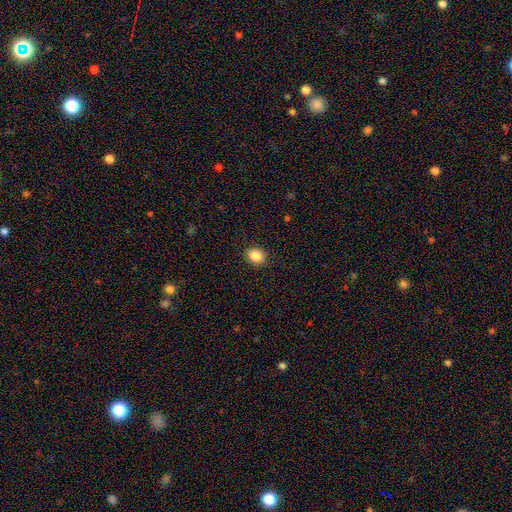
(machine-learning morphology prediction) type=smooth (86%); roundness=round (71%); merging=none (91%).